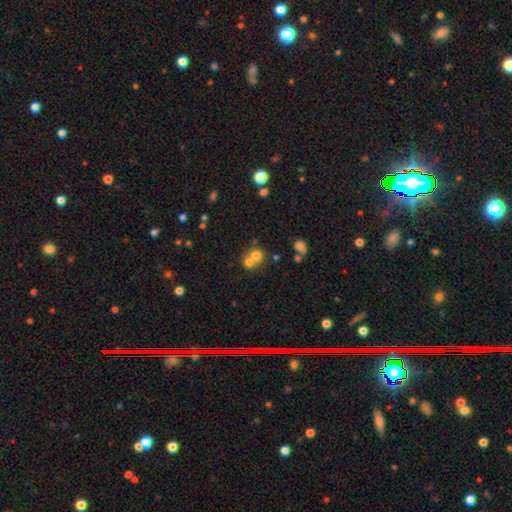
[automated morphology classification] Q: Smooth or featured?
A: smooth (68%); runner-up: featured or disk (17%)
Q: How rounded?
A: round (81%); runner-up: in between (18%)
Q: Merging?
A: merger (57%); runner-up: none (35%)